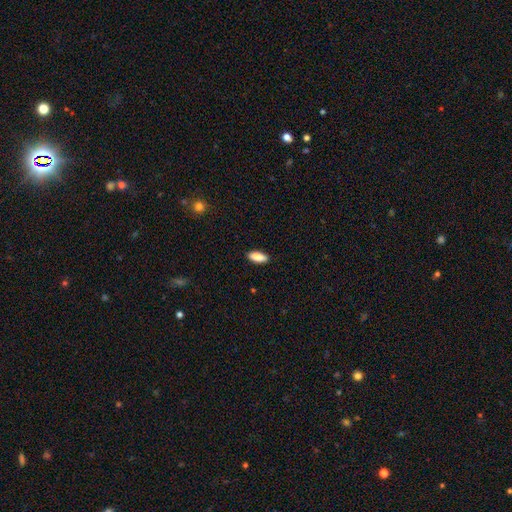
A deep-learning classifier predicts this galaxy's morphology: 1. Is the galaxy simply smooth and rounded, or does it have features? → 88% smooth, 6% star or artifact, 6% featured or disk.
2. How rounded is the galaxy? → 78% in between, 20% cigar-shaped, 2% round.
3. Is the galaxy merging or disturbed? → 88% none, 9% minor disturbance, 2% major disturbance, 1% merger.